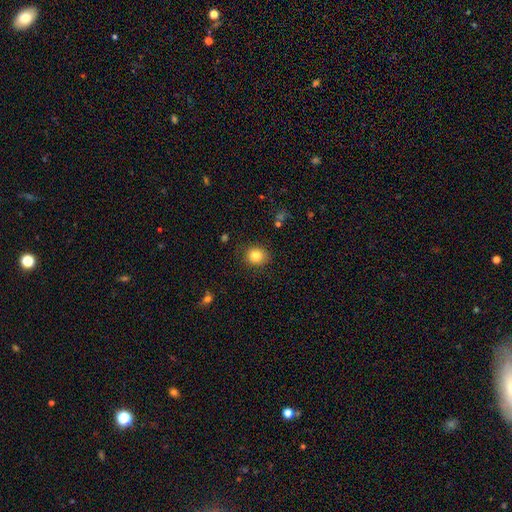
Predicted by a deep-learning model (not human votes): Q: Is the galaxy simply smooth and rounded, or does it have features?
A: smooth — 82%.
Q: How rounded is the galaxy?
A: round — 74%.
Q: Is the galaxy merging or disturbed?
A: none — 86%.